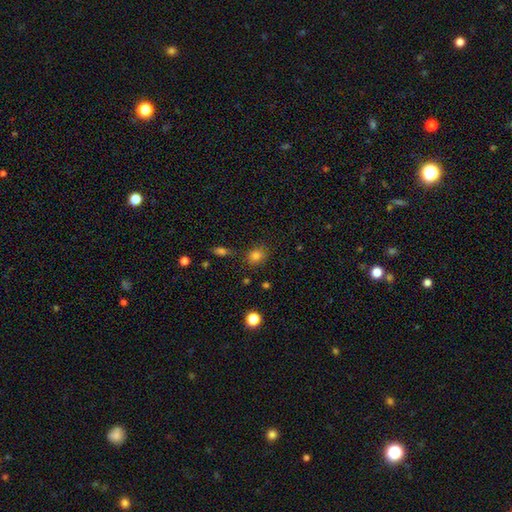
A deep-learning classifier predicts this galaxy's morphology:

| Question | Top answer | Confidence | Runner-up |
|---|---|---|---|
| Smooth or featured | smooth | 79% | star or artifact (13%) |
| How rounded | round | 55% | in between (44%) |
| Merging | none | 78% | minor disturbance (14%) |